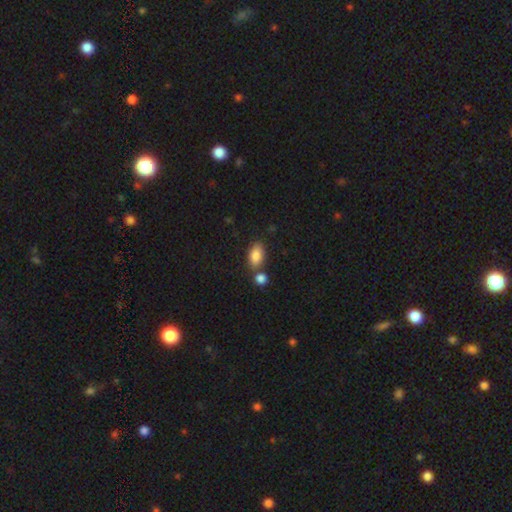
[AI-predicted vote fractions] smooth-or-featured: smooth: 86% | star or artifact: 8% | featured or disk: 6%
  how-rounded: in between: 91% | round: 6% | cigar-shaped: 3%
  merging: none: 63% | merger: 23% | minor disturbance: 12% | major disturbance: 3%